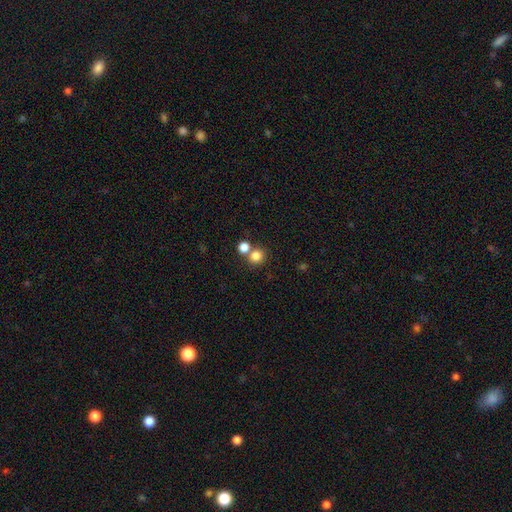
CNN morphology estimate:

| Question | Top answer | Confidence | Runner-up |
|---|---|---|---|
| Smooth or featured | smooth | 81% | star or artifact (12%) |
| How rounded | round | 84% | in between (15%) |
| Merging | none | 59% | merger (32%) |